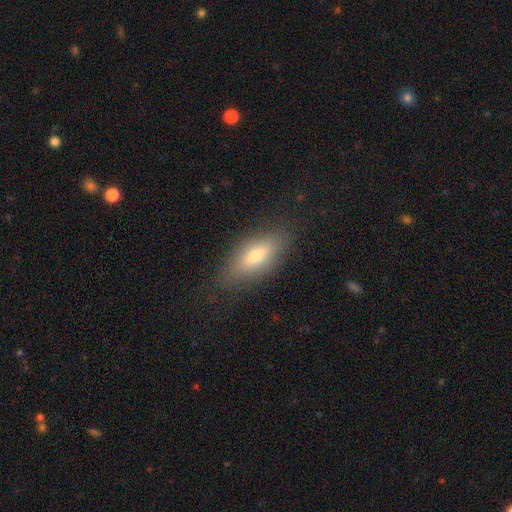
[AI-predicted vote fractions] The model was most divided on "how rounded": in between: 70%, cigar-shaped: 27%, round: 3%. More confident: merging — none (81%); smooth or featured — smooth (69%).